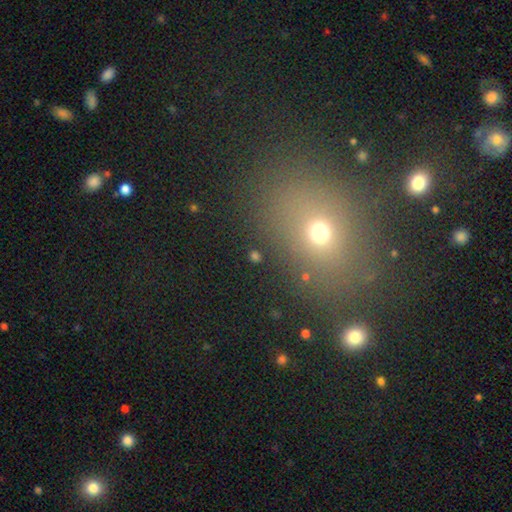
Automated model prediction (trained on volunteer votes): Smooth or featured?
  - smooth: 54% *
  - star or artifact: 34%
  - featured or disk: 12%
How rounded?
  - round: 58% *
  - in between: 40%
  - cigar-shaped: 3%
Merging?
  - none: 81% *
  - minor disturbance: 9%
  - merger: 6%
  - major disturbance: 5%